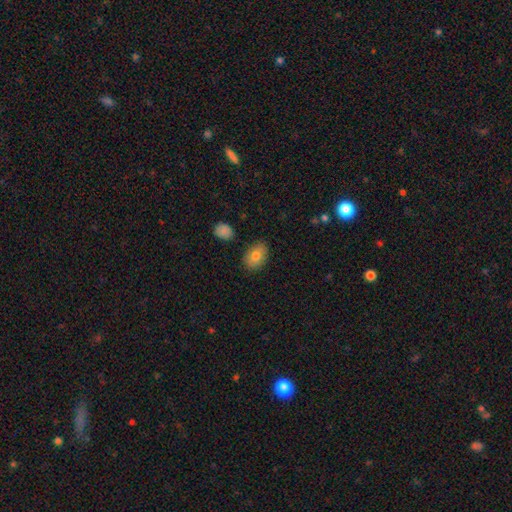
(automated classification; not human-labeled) Q: Smooth or featured?
A: smooth (79%); runner-up: featured or disk (13%)
Q: How rounded?
A: in between (77%); runner-up: round (22%)
Q: Merging?
A: none (83%); runner-up: minor disturbance (13%)